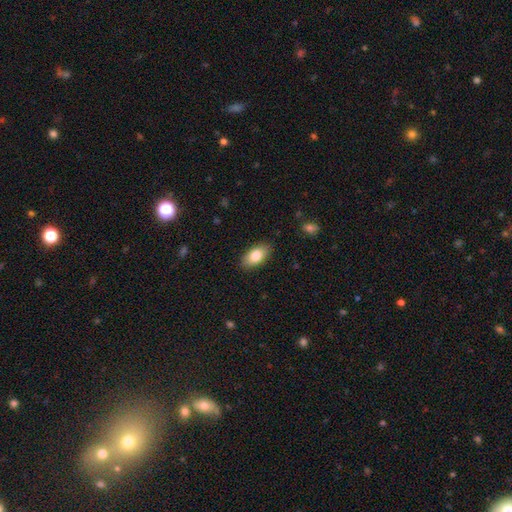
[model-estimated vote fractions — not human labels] smooth-or-featured: smooth: 82% | featured or disk: 12% | star or artifact: 7%
  how-rounded: in between: 92% | cigar-shaped: 4% | round: 4%
  merging: none: 86% | minor disturbance: 10% | major disturbance: 2% | merger: 1%